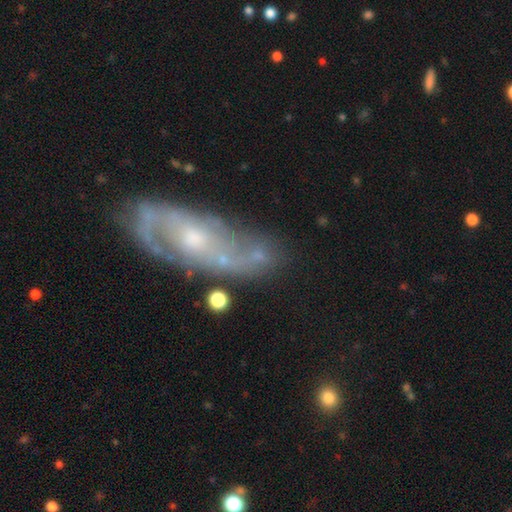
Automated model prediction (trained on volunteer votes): Smooth or featured?
  - featured or disk: 62% *
  - smooth: 27%
  - star or artifact: 10%
Edge-on disk?
  - no: 87% *
  - yes: 13%
Bar?
  - no: 69% *
  - weak: 25%
  - strong: 6%
Spiral arms?
  - yes: 69% *
  - no: 31%
Bulge size?
  - small: 43% *
  - moderate: 39%
  - none: 9%
  - large: 6%
  - dominant: 2%
Merging?
  - none: 61% *
  - minor disturbance: 19%
  - major disturbance: 13%
  - merger: 6%